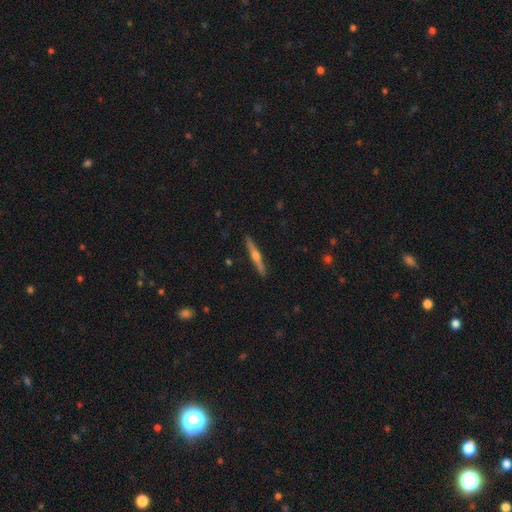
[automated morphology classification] featured or disk 70%, smooth 24%, star or artifact 6%. Down the decision tree: edge-on disk — yes (98%); edge-on bulge — rounded (91%); merging — none (91%).